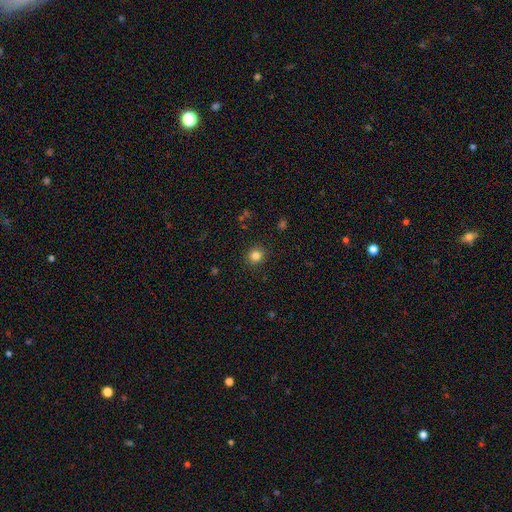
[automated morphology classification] A smooth galaxy with no disk features (83%) that is round (87%). Merging: none (90%).